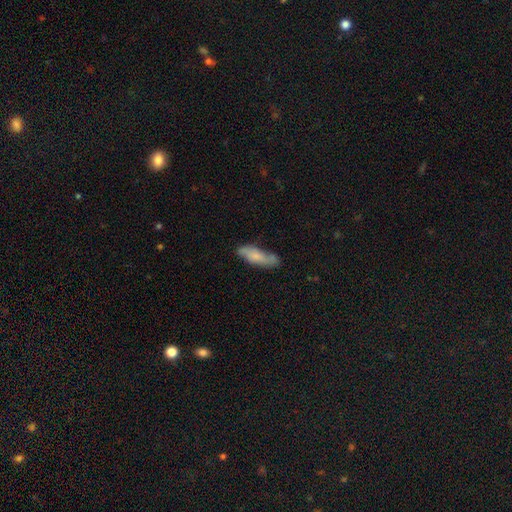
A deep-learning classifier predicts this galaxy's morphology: A smooth galaxy with no disk features (67%) that is cigar-shaped (51%). Merging: none (66%).